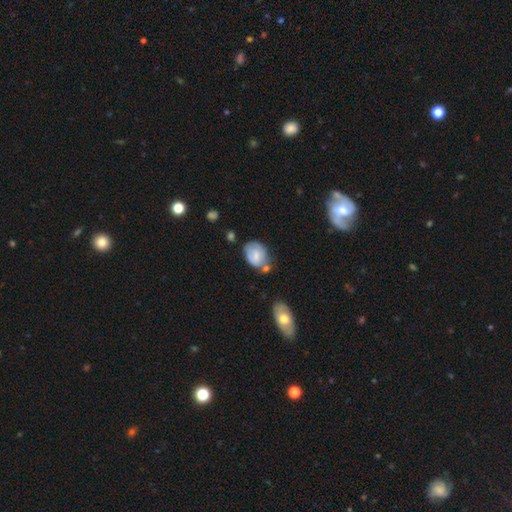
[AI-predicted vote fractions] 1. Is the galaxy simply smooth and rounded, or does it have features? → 62% smooth, 30% featured or disk, 7% star or artifact.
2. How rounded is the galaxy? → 78% in between, 21% round, 1% cigar-shaped.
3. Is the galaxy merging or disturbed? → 46% none, 30% minor disturbance, 15% merger, 10% major disturbance.